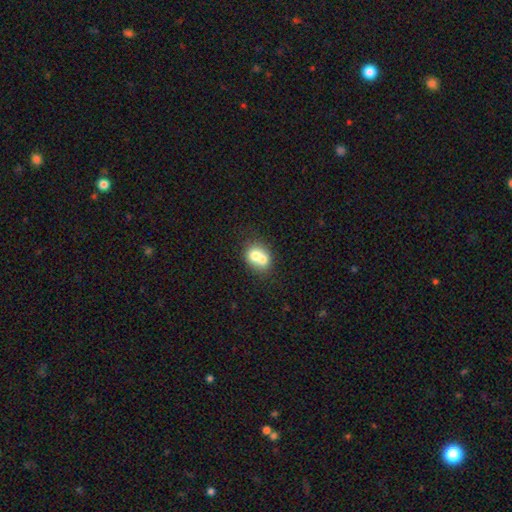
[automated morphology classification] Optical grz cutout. It shows a smooth galaxy with no disk features (67%) that is round (62%). Merging: merger (64%).